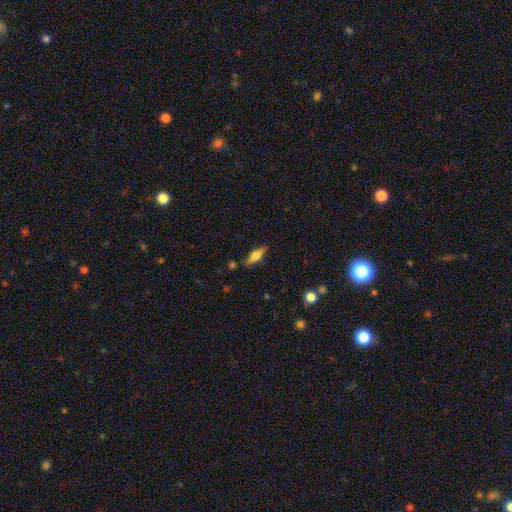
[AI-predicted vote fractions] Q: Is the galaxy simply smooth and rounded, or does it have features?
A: smooth — 68%.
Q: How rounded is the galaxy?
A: in between — 67%.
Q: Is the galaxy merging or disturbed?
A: none — 78%.